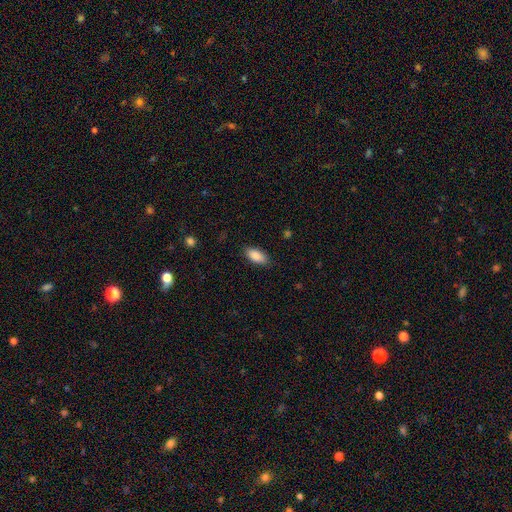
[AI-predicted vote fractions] Smooth or featured? Predicted: smooth (p=0.88). How rounded? Predicted: in between (p=0.89). Merging? Predicted: none (p=0.86).